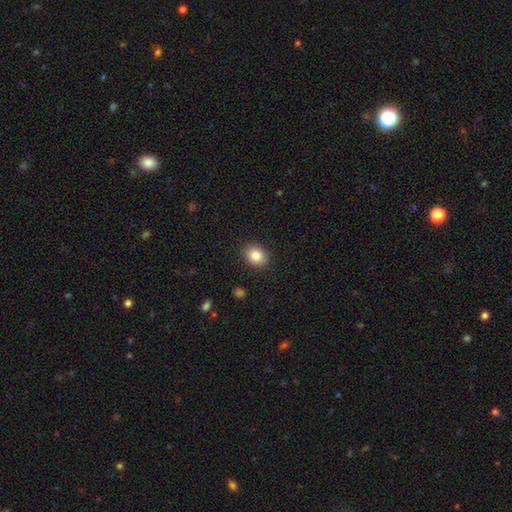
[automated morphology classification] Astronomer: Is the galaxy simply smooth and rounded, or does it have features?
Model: smooth — 85%.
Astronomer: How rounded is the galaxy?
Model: round — 53% (runner-up: in between, 46%).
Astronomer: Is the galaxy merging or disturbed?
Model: none — 89%.